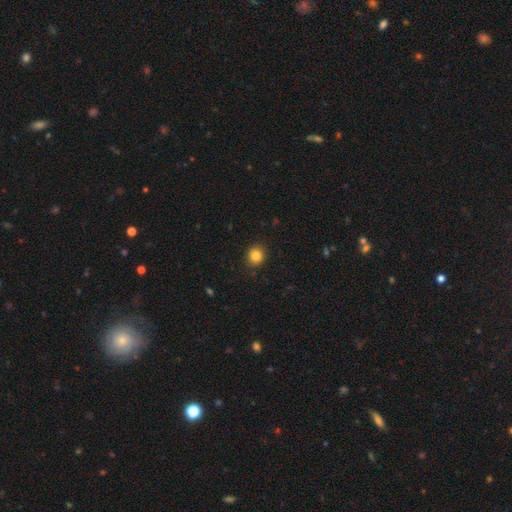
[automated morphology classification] Smooth or featured?
  - smooth: 85% *
  - star or artifact: 10%
  - featured or disk: 4%
How rounded?
  - round: 85% *
  - in between: 15%
  - cigar-shaped: 1%
Merging?
  - none: 90% *
  - minor disturbance: 7%
  - major disturbance: 2%
  - merger: 1%